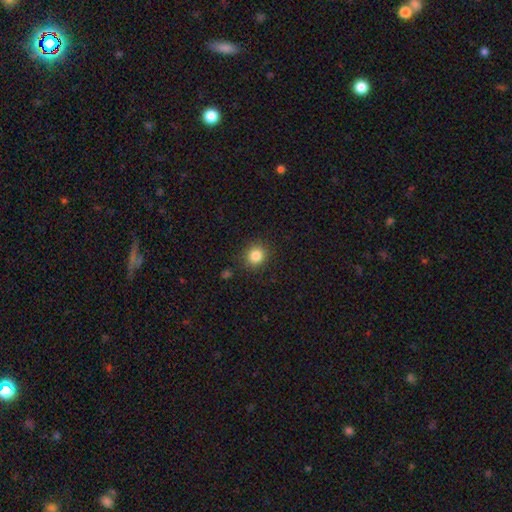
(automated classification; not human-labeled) Overall: smooth (84%). How rounded: round (85%). Merging: none (88%).